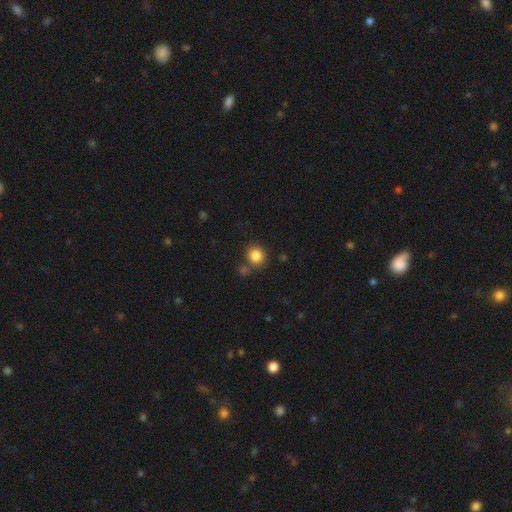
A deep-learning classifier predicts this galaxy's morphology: This is clearly a smooth galaxy (85%). How rounded: clearly round (83%). Merging: likely none (74%).